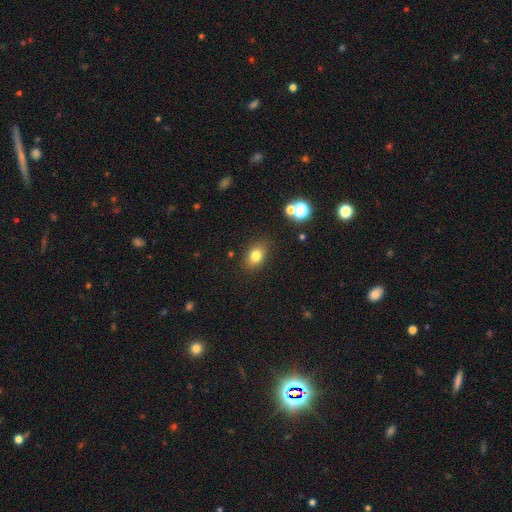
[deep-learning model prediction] smooth 79%, star or artifact 12%, featured or disk 9%. Down the decision tree: how rounded — in between (75%); merging — none (84%).